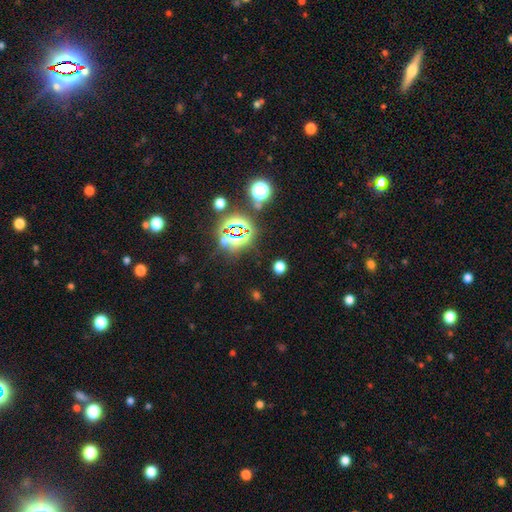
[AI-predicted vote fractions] smooth-or-featured: star or artifact: 78% | smooth: 14% | featured or disk: 8%